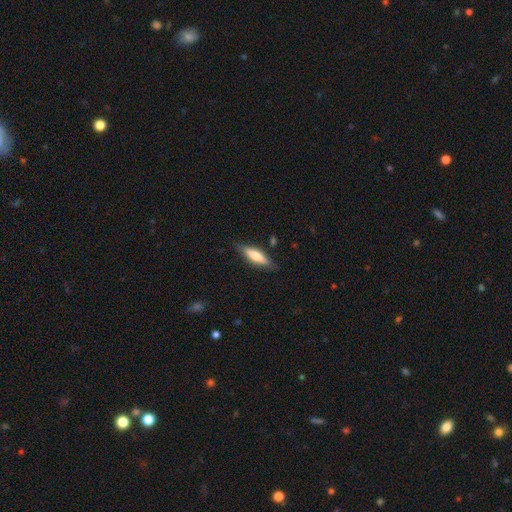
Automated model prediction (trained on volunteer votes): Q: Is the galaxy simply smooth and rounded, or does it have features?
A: smooth — 58%.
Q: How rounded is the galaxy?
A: cigar-shaped — 62%.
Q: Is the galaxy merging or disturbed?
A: none — 81%.